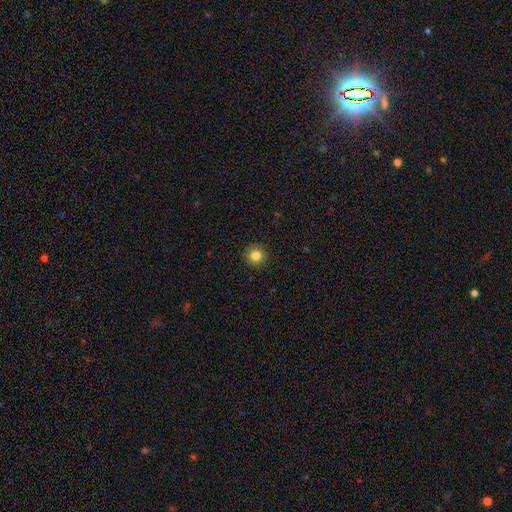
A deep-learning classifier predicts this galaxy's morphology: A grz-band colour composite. It shows a smooth galaxy with no disk features (83%) that is round (95%). Merging: none (92%).